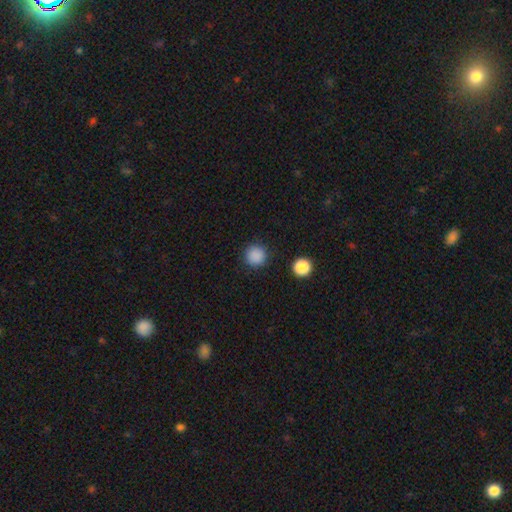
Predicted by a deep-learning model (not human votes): A smooth galaxy with no disk features (87%) that is round (95%). Merging: none (90%).